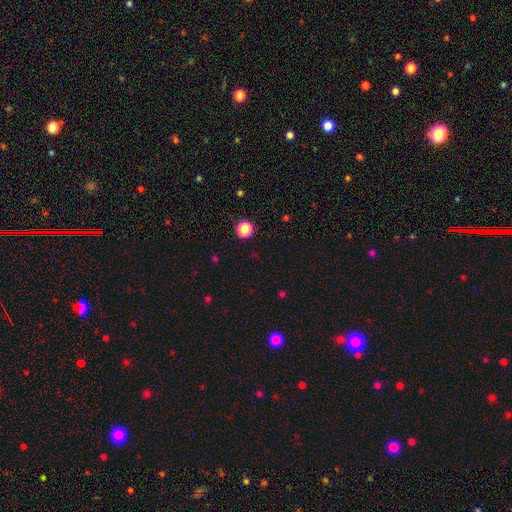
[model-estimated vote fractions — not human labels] smooth-or-featured: smooth: 48% | star or artifact: 47% | featured or disk: 5%
  merging: none: 86% | minor disturbance: 7% | major disturbance: 4% | merger: 3%